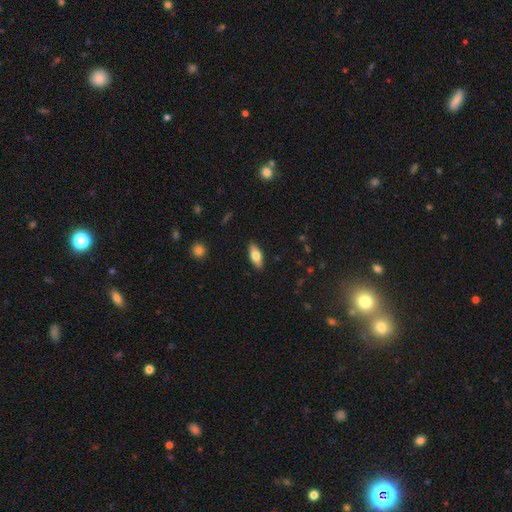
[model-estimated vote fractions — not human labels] Smooth or featured?
  - smooth: 73% *
  - featured or disk: 21%
  - star or artifact: 6%
How rounded?
  - in between: 81% *
  - cigar-shaped: 16%
  - round: 3%
Merging?
  - none: 89% *
  - minor disturbance: 9%
  - major disturbance: 2%
  - merger: 1%